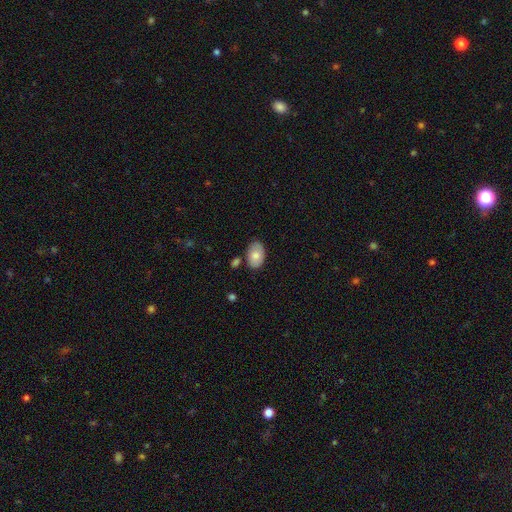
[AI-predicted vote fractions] This is likely a smooth galaxy (77%). How rounded: clearly in between (91%). Merging: likely none (76%).